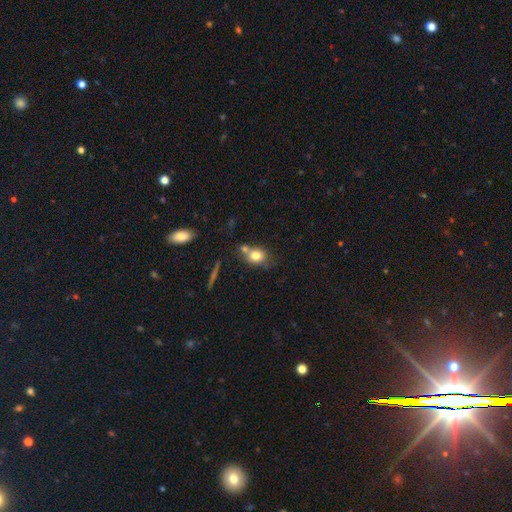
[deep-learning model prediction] Smooth or featured?
  - smooth: 76% *
  - featured or disk: 13%
  - star or artifact: 10%
How rounded?
  - round: 55% *
  - in between: 43%
  - cigar-shaped: 2%
Merging?
  - none: 49% *
  - merger: 31%
  - minor disturbance: 14%
  - major disturbance: 5%